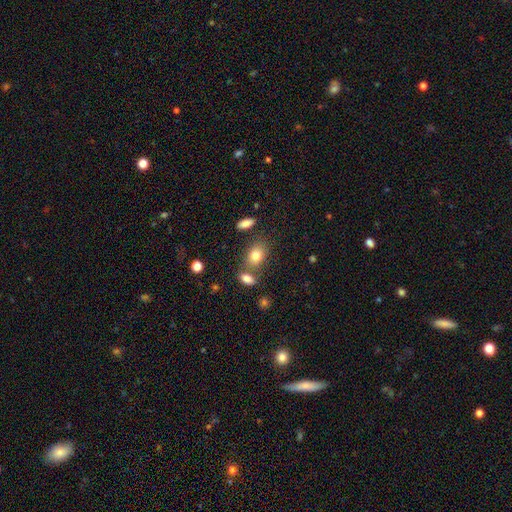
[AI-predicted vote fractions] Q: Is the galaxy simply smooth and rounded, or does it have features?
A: smooth — 80%.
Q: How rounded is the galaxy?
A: in between — 78%.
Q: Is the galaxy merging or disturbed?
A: none — 66%.